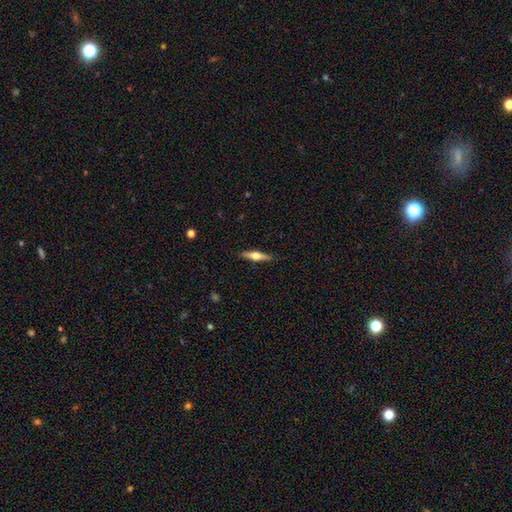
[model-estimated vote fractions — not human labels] This is possibly a featured or disk galaxy (60%). It is clearly viewed edge-on (96%). Edge-on bulge: clearly rounded (94%). Merging: clearly none (89%).